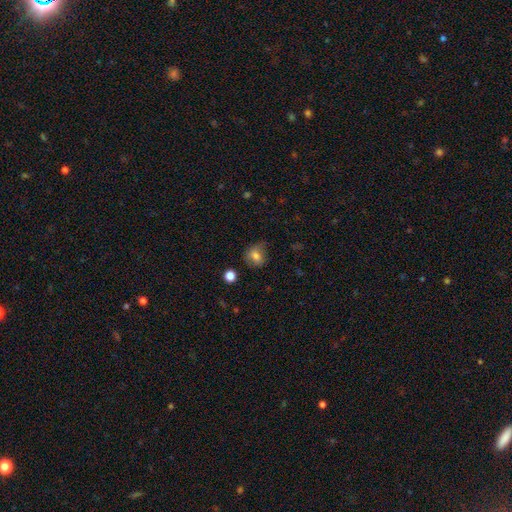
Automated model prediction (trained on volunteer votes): Morphology: type=smooth (76%); roundness=round (64%); merging=none (64%).